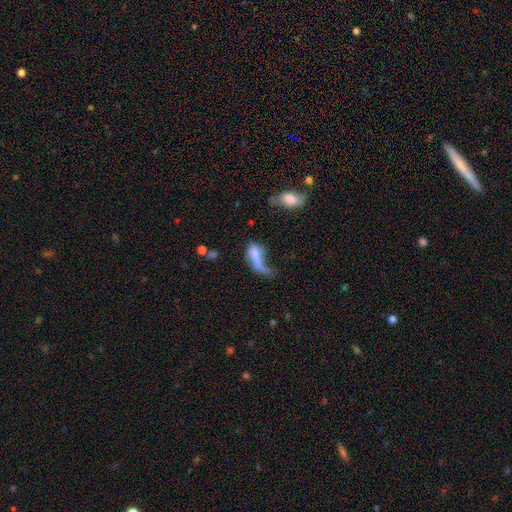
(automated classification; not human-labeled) The model was most divided on "smooth or featured": smooth: 58%, featured or disk: 33%, star or artifact: 10%. Remaining: how rounded — in between (68%); merging — major disturbance (50%).